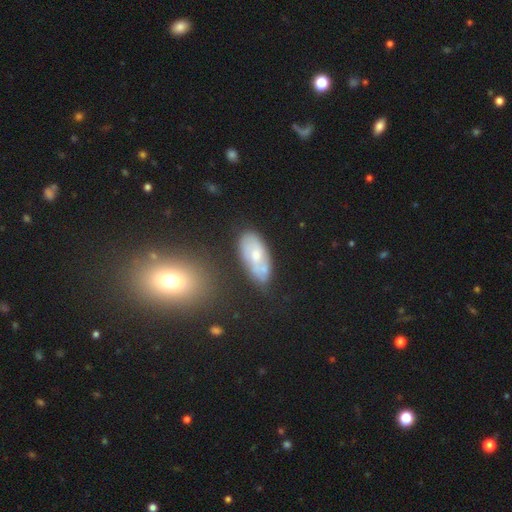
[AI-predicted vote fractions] Smooth or featured: featured or disk — 47% (smooth — 45%)
Merging: none — 58% (minor disturbance — 23%)